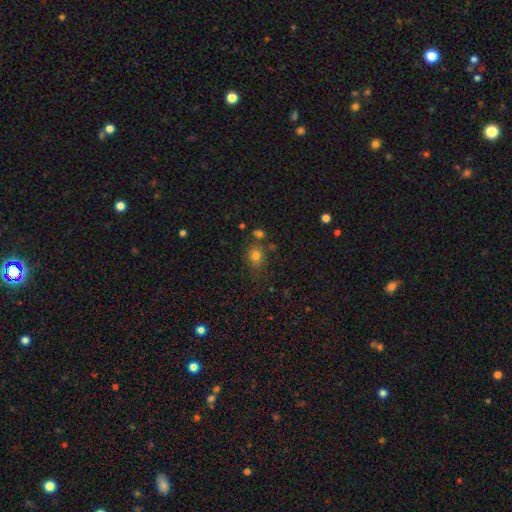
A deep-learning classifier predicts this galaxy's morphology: Smooth or featured: smooth — 75% (star or artifact — 17%)
How rounded: round — 56% (in between — 43%)
Merging: none — 66% (minor disturbance — 17%)